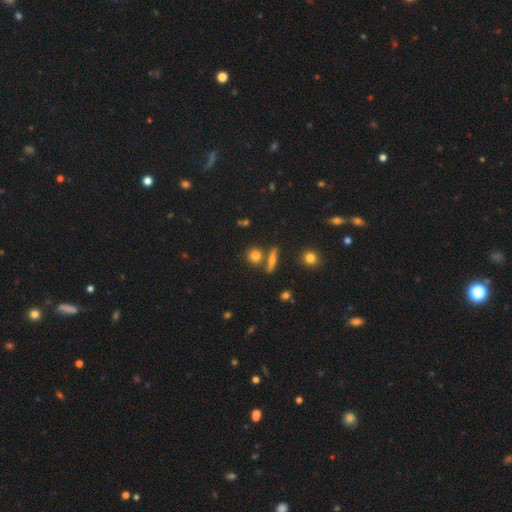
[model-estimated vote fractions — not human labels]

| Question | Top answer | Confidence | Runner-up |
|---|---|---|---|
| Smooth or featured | smooth | 75% | featured or disk (12%) |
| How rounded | round | 80% | in between (13%) |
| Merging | none | 73% | merger (15%) |